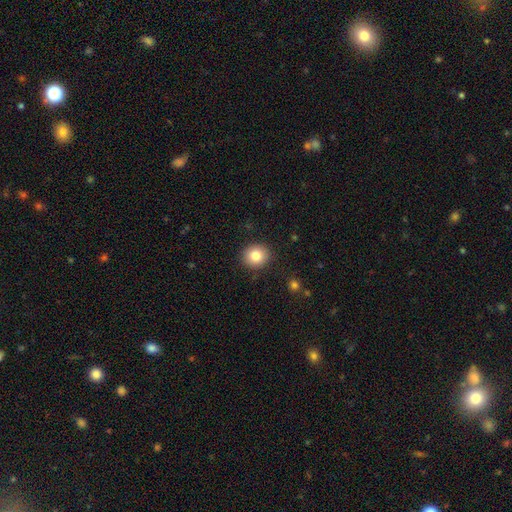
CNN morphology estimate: A smooth galaxy with no disk features (81%) that is round (85%).

Vote fractions:
- Smooth or featured? smooth: 81% / star or artifact: 10% / featured or disk: 9%
- How rounded? round: 85% / in between: 14% / cigar-shaped: 1%
- Merging? none: 90% / minor disturbance: 7% / major disturbance: 2% / merger: 1%